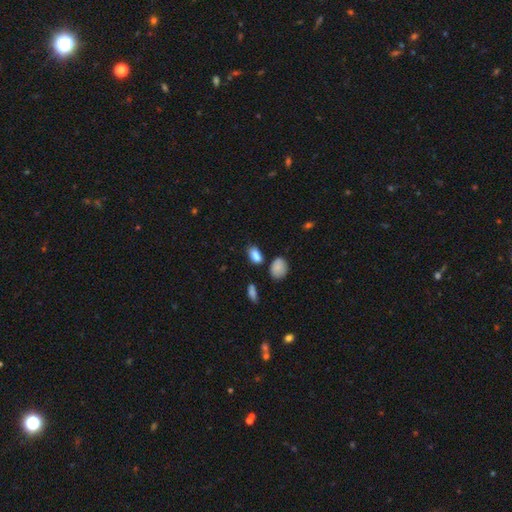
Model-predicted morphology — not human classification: type=smooth (86%); roundness=in between (87%); merging=none (71%).